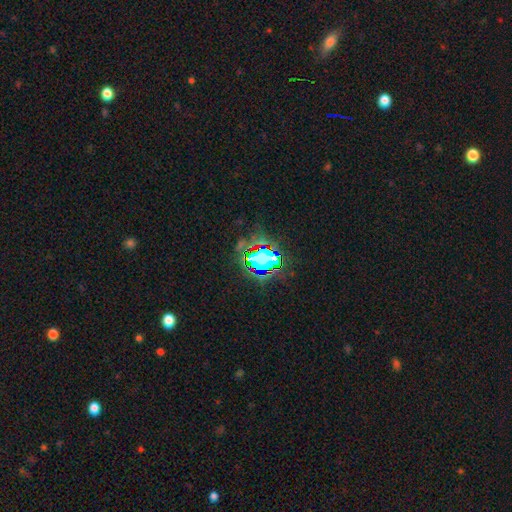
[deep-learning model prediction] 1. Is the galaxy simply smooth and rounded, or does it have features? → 80% star or artifact, 12% smooth, 8% featured or disk.